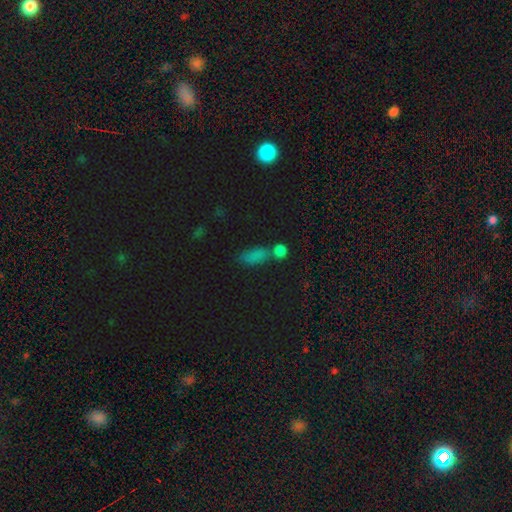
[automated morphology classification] smooth_or_featured: smooth (p=0.73) [alt: star or artifact p=0.19]
how_rounded: in between (p=0.72) [alt: cigar-shaped p=0.18]
merging: none (p=0.45) [alt: merger p=0.33]